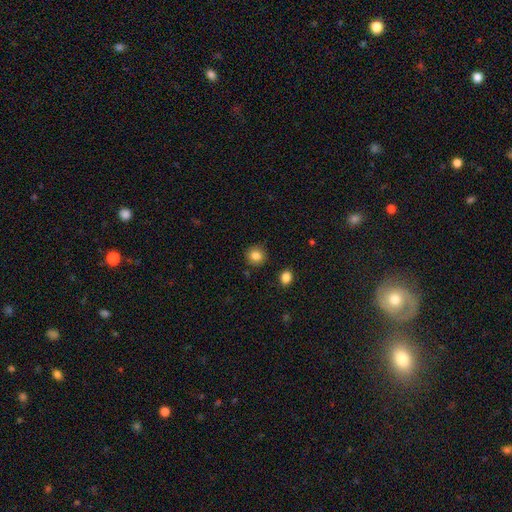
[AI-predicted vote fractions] This is clearly a smooth galaxy (85%). How rounded: clearly round (89%). Merging: clearly none (87%).